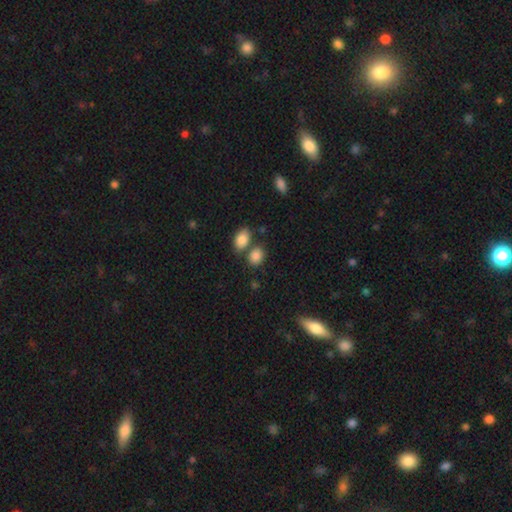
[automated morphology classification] This appears to be a smooth galaxy with no disk features (85%) that is in between round and cigar-shaped (67%). Merging: none (58%).